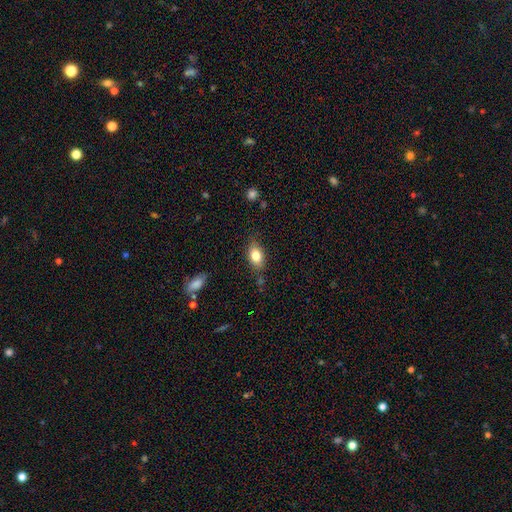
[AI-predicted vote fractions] smooth 78%, featured or disk 14%, star or artifact 8%. Down the decision tree: how rounded — in between (85%); merging — none (78%).